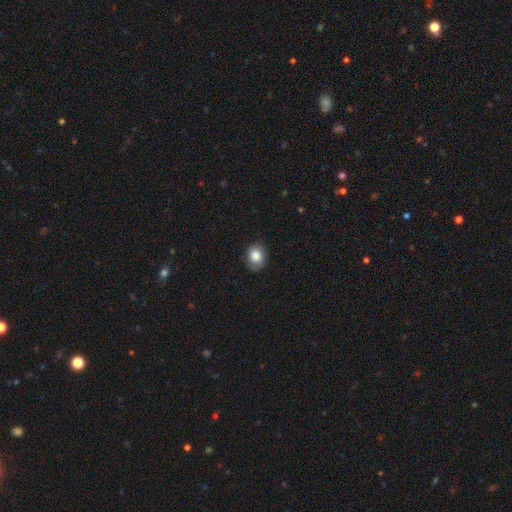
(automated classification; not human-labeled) Overall: smooth (84%). How rounded: round (50%; in between 49%). Merging: none (79%).